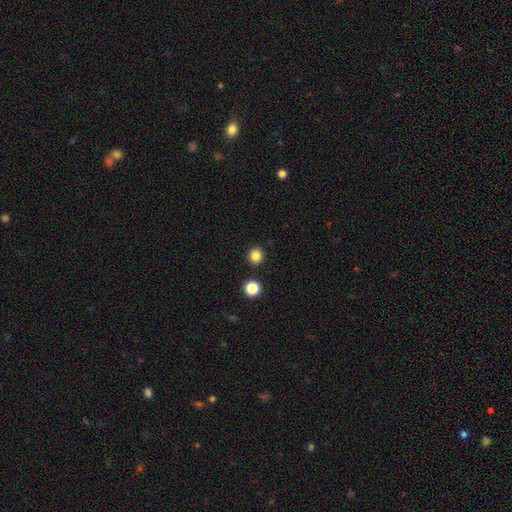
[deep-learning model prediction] The model was most divided on "smooth or featured": smooth: 84%, star or artifact: 12%, featured or disk: 4%. More confident: how rounded — round (91%); merging — none (91%).